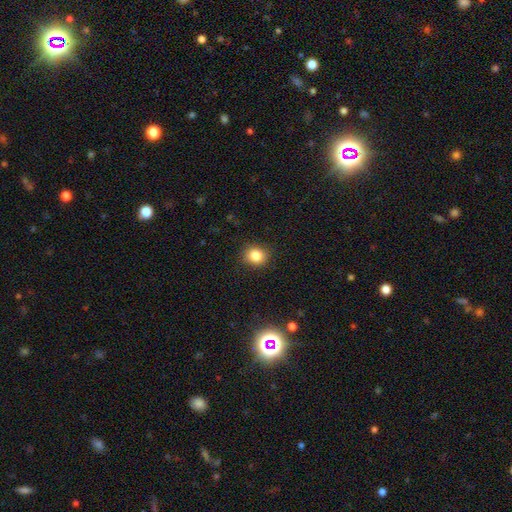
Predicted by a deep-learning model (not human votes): smooth-or-featured: smooth: 83% | star or artifact: 11% | featured or disk: 6%
  how-rounded: round: 79% | in between: 20% | cigar-shaped: 1%
  merging: none: 89% | minor disturbance: 8% | major disturbance: 2% | merger: 1%